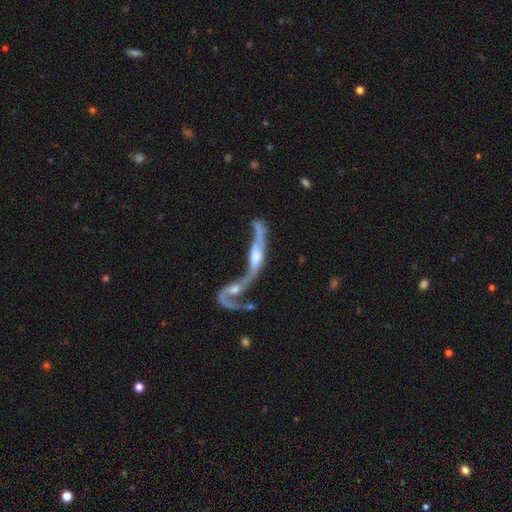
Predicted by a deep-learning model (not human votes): Smooth or featured? Predicted: featured or disk (p=0.76). Edge-on disk? Predicted: no (p=0.55). Merging? Predicted: merger (p=0.53).